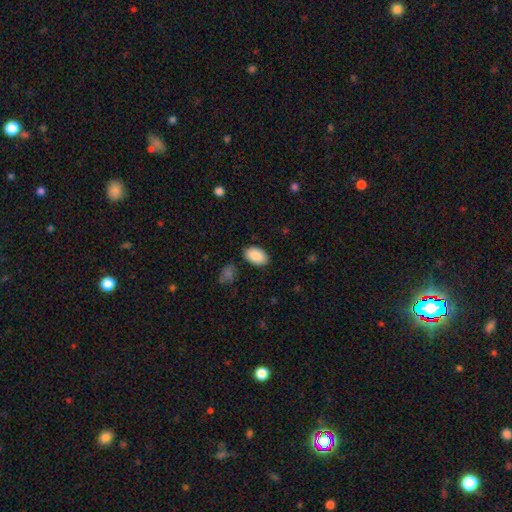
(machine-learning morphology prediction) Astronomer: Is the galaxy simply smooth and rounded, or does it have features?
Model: smooth — 88%.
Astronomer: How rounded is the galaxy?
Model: in between — 94%.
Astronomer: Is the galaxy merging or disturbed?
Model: none — 85%.